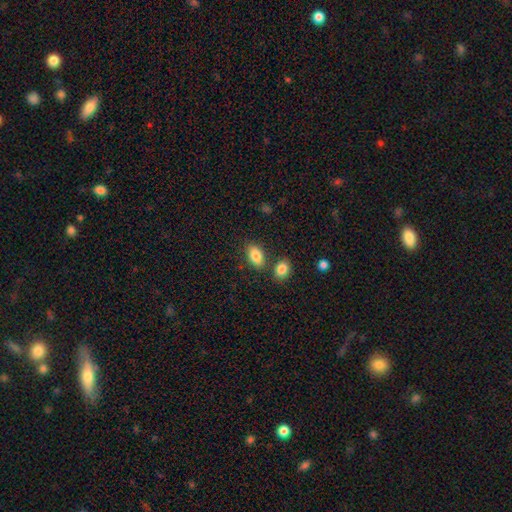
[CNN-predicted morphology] This is clearly a smooth galaxy (84%). How rounded: clearly in between (90%). Merging: likely none (74%).